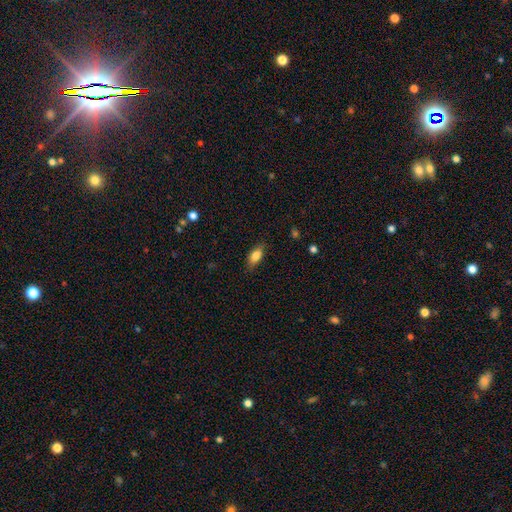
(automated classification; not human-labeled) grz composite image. It shows a smooth galaxy with no disk features (80%) that is in between round and cigar-shaped (84%). Merging: none (79%).